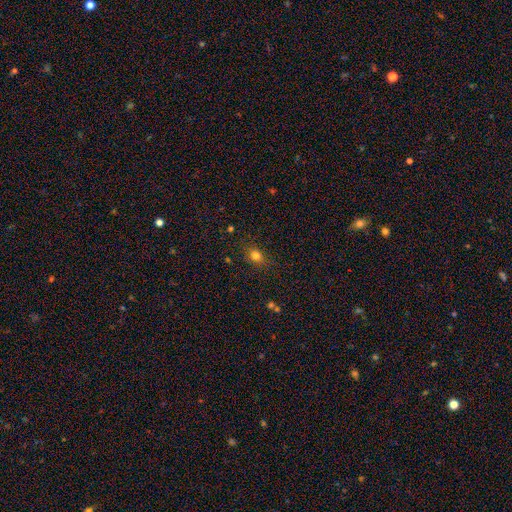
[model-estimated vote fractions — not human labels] Overall: smooth (79%). How rounded: in between (50%; round 49%). Merging: none (81%).